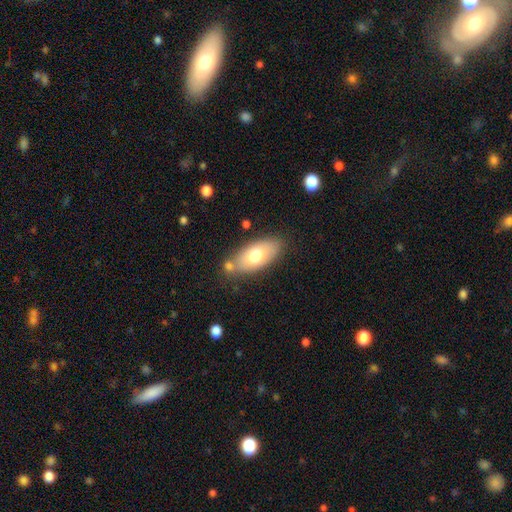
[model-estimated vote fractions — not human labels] A smooth galaxy with no disk features (68%) that is in between round and cigar-shaped (89%). Merging: none (68%).